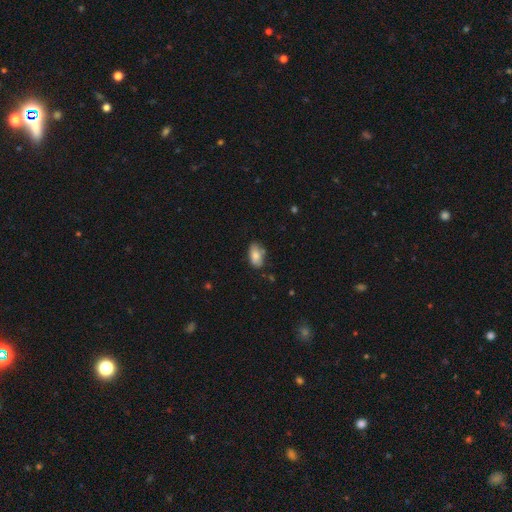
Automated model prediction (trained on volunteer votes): This appears to be a smooth galaxy with no disk features (80%) that is in between round and cigar-shaped (92%). Merging: none (69%).